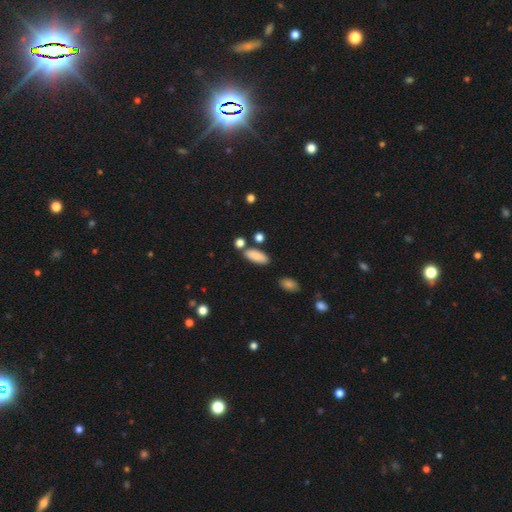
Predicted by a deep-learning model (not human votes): Smooth or featured: smooth — 86% (star or artifact — 8%)
How rounded: in between — 80% (cigar-shaped — 17%)
Merging: none — 75% (minor disturbance — 12%)